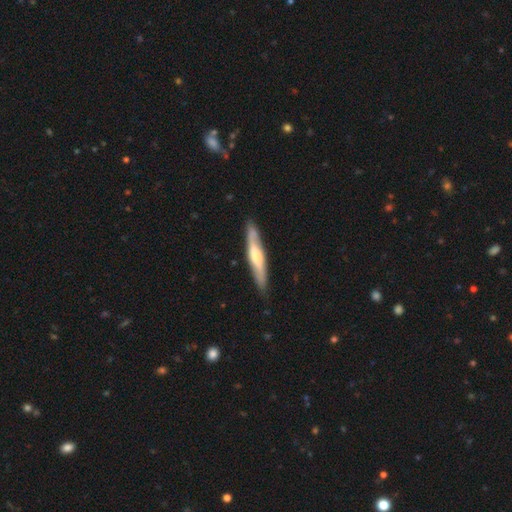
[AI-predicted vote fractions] This is possibly a featured or disk galaxy (60%). It is clearly viewed edge-on (81%). Merging: clearly none (84%).